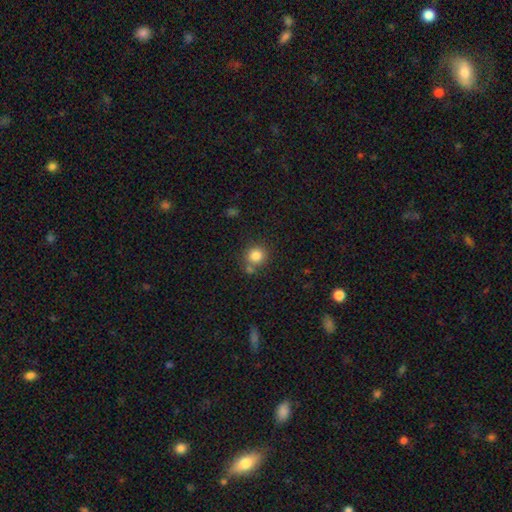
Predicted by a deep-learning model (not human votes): The model was most divided on "merging": none: 71%, merger: 15%, minor disturbance: 10%, major disturbance: 4%. More confident: how rounded — round (90%); smooth or featured — smooth (83%).